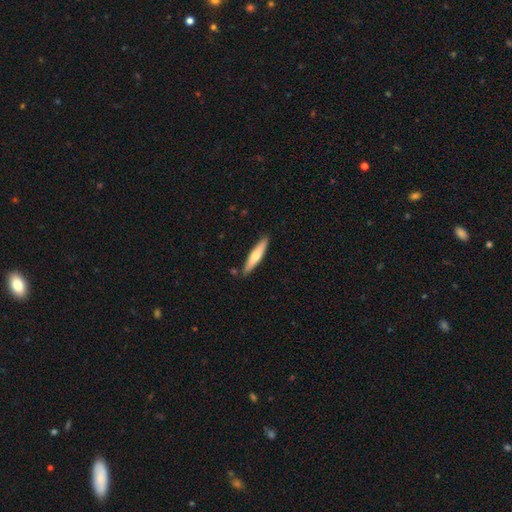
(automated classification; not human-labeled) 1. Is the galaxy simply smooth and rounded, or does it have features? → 57% smooth, 38% featured or disk, 5% star or artifact.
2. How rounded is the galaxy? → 88% cigar-shaped, 11% in between, 1% round.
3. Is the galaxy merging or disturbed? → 88% none, 8% minor disturbance, 2% merger, 1% major disturbance.